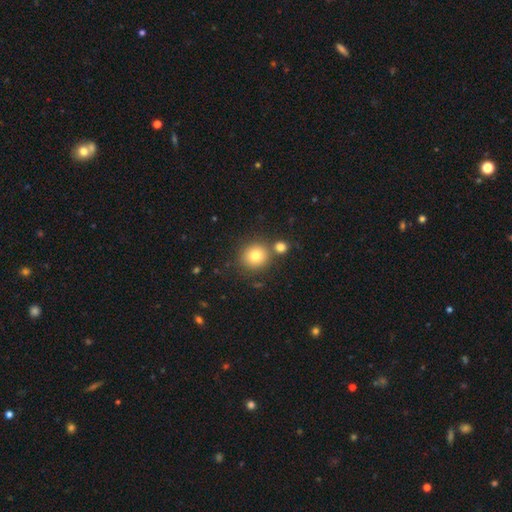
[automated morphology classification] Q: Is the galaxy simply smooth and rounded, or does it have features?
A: smooth — 79%.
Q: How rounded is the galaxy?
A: round — 89%.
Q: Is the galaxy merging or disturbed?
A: none — 74%.